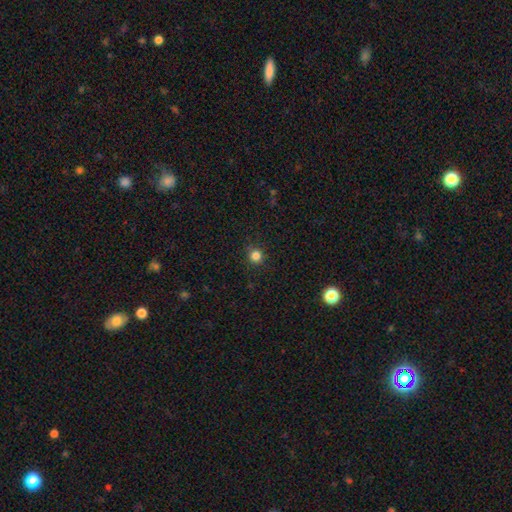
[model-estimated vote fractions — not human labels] smooth_or_featured: smooth (p=0.83) [alt: star or artifact p=0.13]
how_rounded: round (p=0.93) [alt: in between p=0.06]
merging: none (p=0.89) [alt: minor disturbance p=0.08]